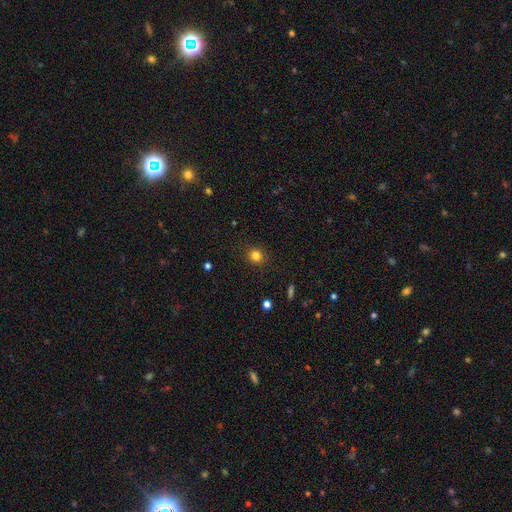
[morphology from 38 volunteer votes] This is clearly a smooth galaxy (89%). How rounded: clearly round (88%). Merging: clearly none (94%).